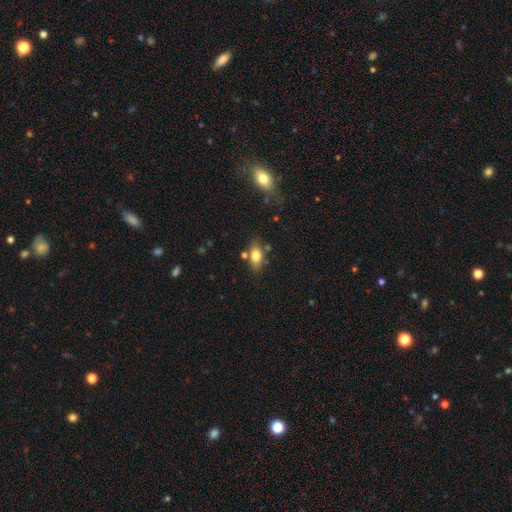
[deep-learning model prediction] Smooth or featured? smooth (76%)
How rounded? in between (85%)
Merging? none (71%)